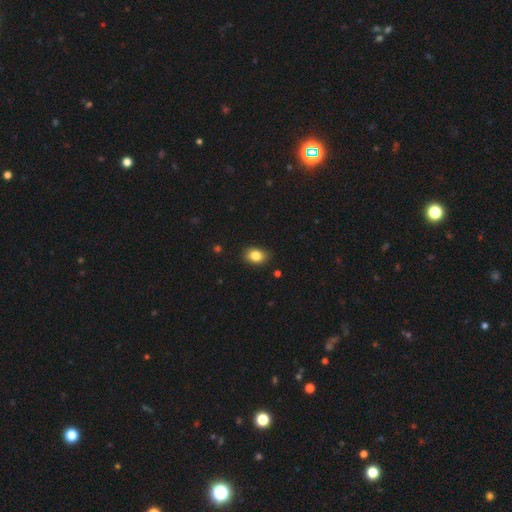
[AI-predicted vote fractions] A smooth galaxy with no disk features (84%) that is in between round and cigar-shaped (73%).

Vote fractions:
- Smooth or featured? smooth: 84% / star or artifact: 9% / featured or disk: 7%
- How rounded? in between: 73% / round: 26% / cigar-shaped: 1%
- Merging? none: 87% / minor disturbance: 10% / major disturbance: 2% / merger: 1%